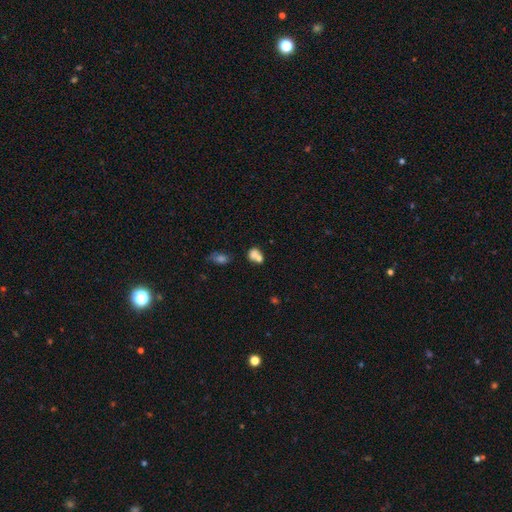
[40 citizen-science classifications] smooth 80%, featured or disk 18%, star or artifact 2%. Down the decision tree: how rounded — round (62%); merging — merger (54%).